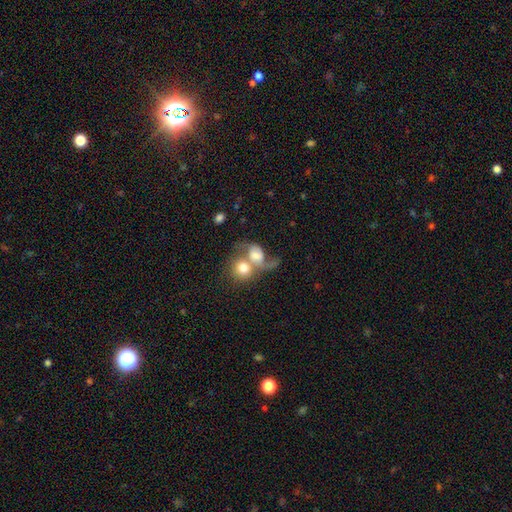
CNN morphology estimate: This is possibly a smooth galaxy (51%). How rounded: possibly round (58%). Merging: likely merger (68%).